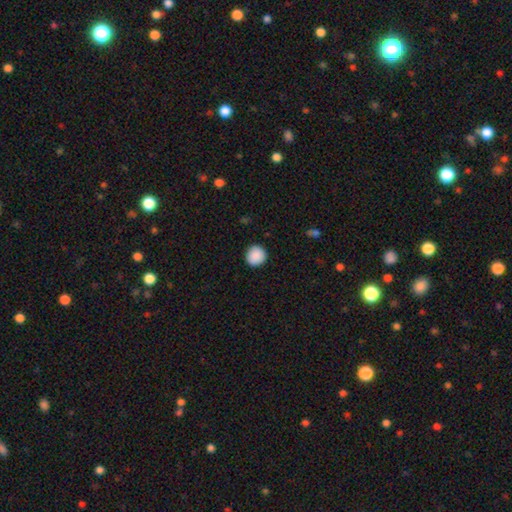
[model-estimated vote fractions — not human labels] Smooth or featured? Predicted: smooth (p=0.90). How rounded? Predicted: round (p=0.92). Merging? Predicted: none (p=0.91).